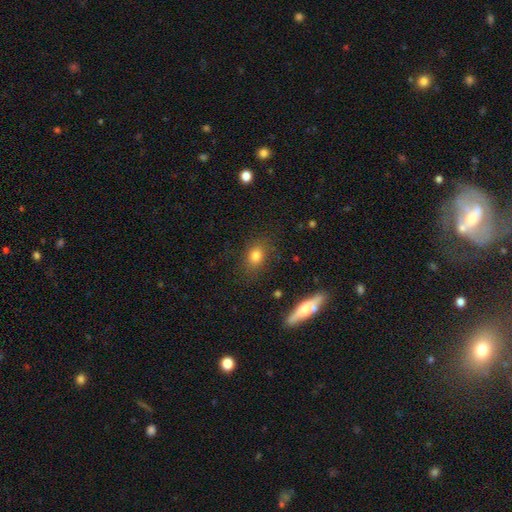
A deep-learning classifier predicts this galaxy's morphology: The model was most divided on "how rounded": in between: 57%, round: 40%, cigar-shaped: 3%. More confident: merging — none (82%); smooth or featured — smooth (79%).